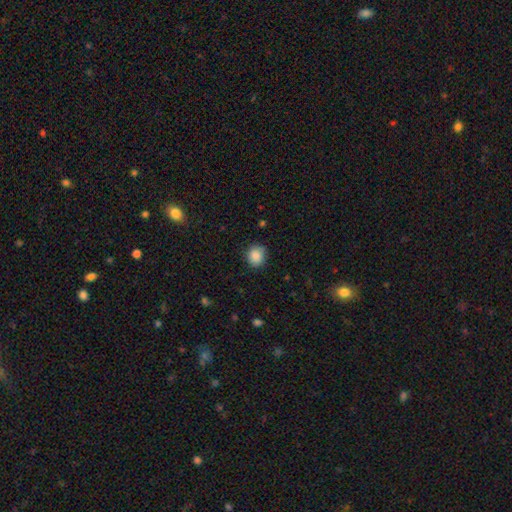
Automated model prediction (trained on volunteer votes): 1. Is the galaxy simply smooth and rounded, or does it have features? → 87% smooth, 9% star or artifact, 4% featured or disk.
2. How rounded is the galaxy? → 75% round, 24% in between, 1% cigar-shaped.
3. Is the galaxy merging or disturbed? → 83% none, 13% minor disturbance, 3% major disturbance, 1% merger.